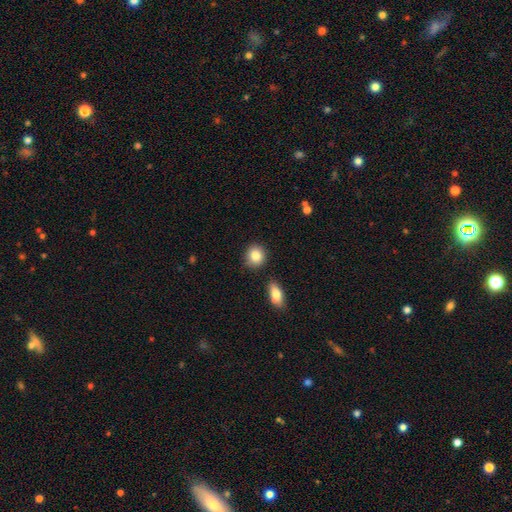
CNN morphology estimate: Smooth or featured?
  - smooth: 85% *
  - star or artifact: 8%
  - featured or disk: 7%
How rounded?
  - round: 81% *
  - in between: 18%
  - cigar-shaped: 1%
Merging?
  - none: 82% *
  - minor disturbance: 10%
  - merger: 5%
  - major disturbance: 3%